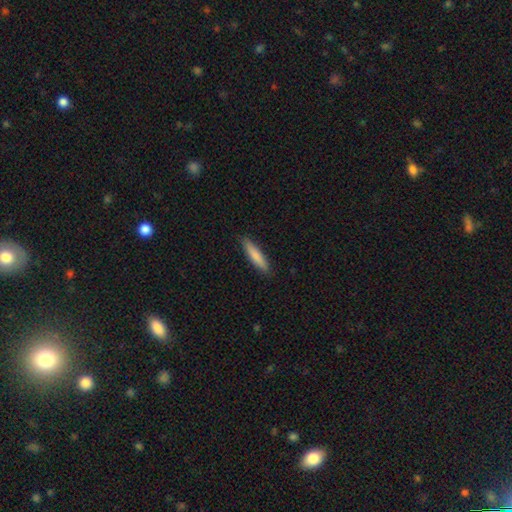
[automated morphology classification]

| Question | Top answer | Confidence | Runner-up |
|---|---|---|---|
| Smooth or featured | smooth | 81% | featured or disk (14%) |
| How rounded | cigar-shaped | 84% | in between (15%) |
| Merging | none | 89% | minor disturbance (9%) |